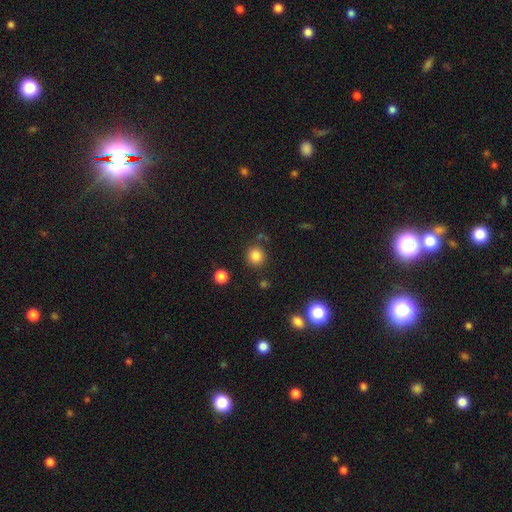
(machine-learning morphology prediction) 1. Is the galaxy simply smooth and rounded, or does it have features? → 83% smooth, 12% star or artifact, 5% featured or disk.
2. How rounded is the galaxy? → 92% round, 7% in between, 1% cigar-shaped.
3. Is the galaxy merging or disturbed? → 83% none, 8% minor disturbance, 5% merger, 3% major disturbance.